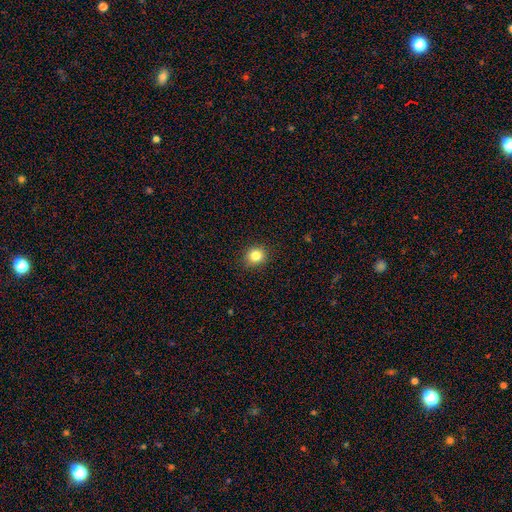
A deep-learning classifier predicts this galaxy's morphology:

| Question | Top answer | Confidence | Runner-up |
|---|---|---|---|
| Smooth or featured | smooth | 83% | star or artifact (12%) |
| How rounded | round | 85% | in between (14%) |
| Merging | none | 91% | minor disturbance (6%) |